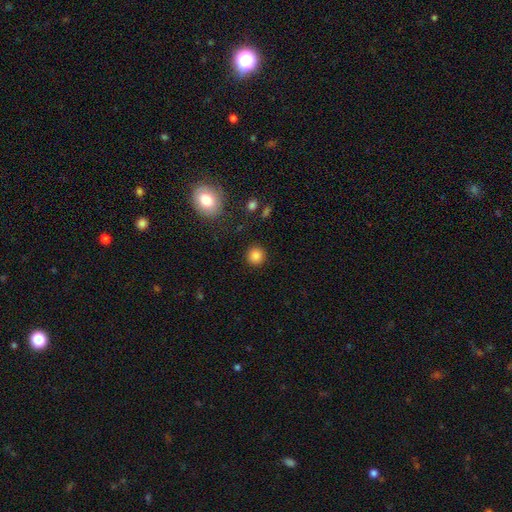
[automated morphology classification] Smooth or featured? smooth (85%)
How rounded? round (92%)
Merging? none (90%)